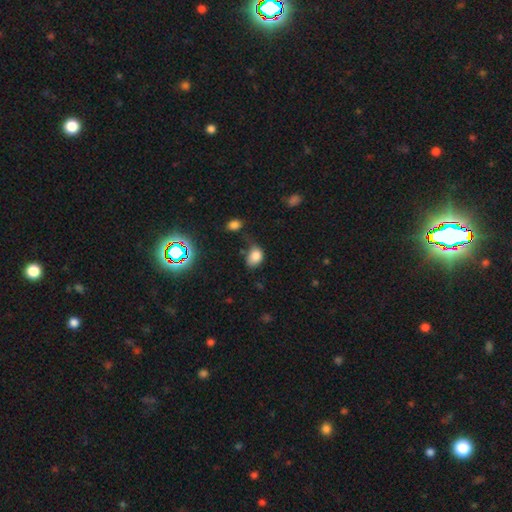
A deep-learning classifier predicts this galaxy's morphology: This is likely a smooth galaxy (78%). How rounded: likely in between (72%). Merging: marginally none (45%).